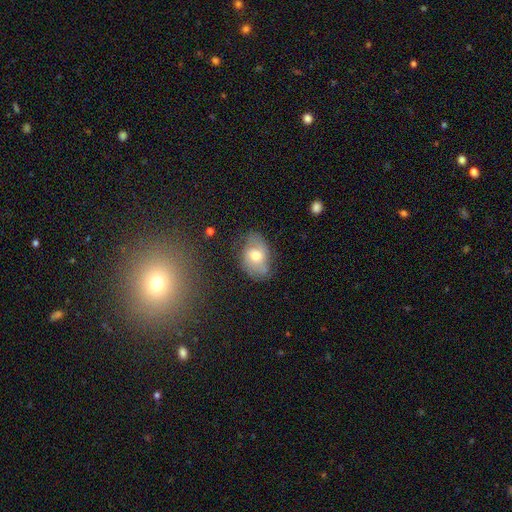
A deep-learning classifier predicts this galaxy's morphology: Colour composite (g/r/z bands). It shows a smooth galaxy with no disk features (46%). Merging: none (64%).